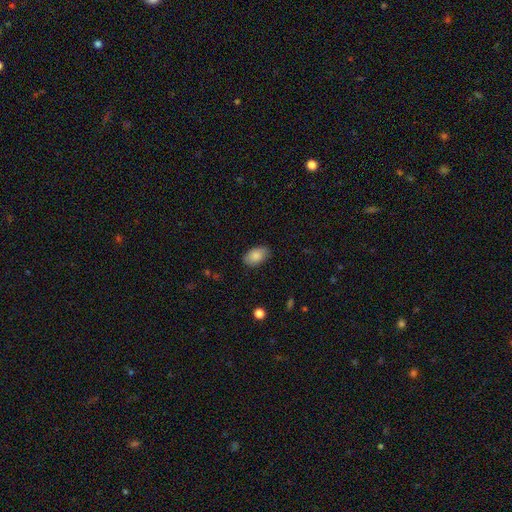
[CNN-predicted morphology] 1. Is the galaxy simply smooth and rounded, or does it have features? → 84% smooth, 9% featured or disk, 7% star or artifact.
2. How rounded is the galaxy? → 92% in between, 6% round, 1% cigar-shaped.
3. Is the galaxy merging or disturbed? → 83% none, 13% minor disturbance, 3% major disturbance, 1% merger.